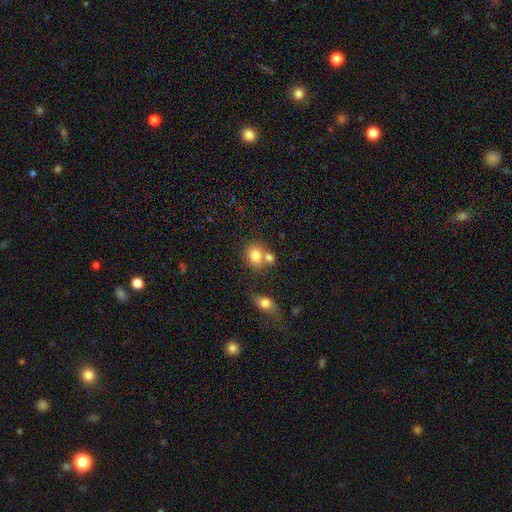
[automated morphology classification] type=smooth (80%); roundness=round (56%); merging=none (46%).